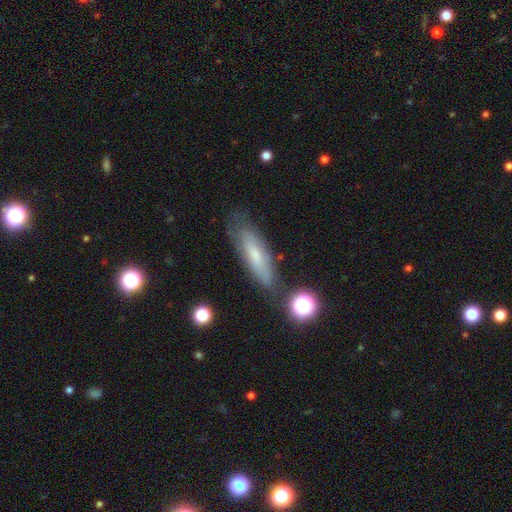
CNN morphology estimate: Smooth or featured? smooth (58%)
How rounded? cigar-shaped (58%)
Merging? none (73%)